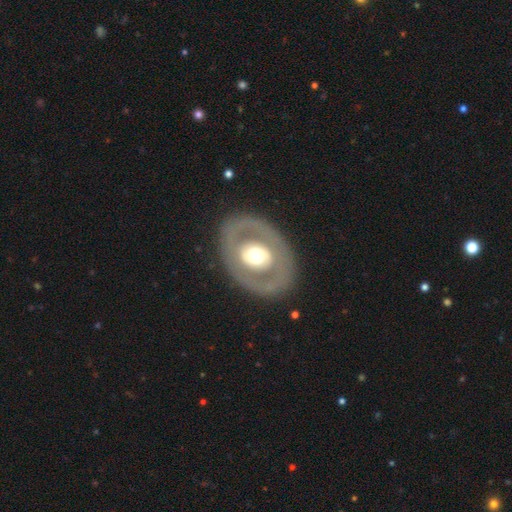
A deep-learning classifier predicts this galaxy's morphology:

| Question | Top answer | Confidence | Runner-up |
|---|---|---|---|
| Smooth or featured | featured or disk | 60% | smooth (34%) |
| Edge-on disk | no | 92% | yes (8%) |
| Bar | no | 76% | weak (15%) |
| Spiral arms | no | 87% | yes (13%) |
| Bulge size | moderate | 55% | large (36%) |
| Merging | none | 83% | minor disturbance (10%) |